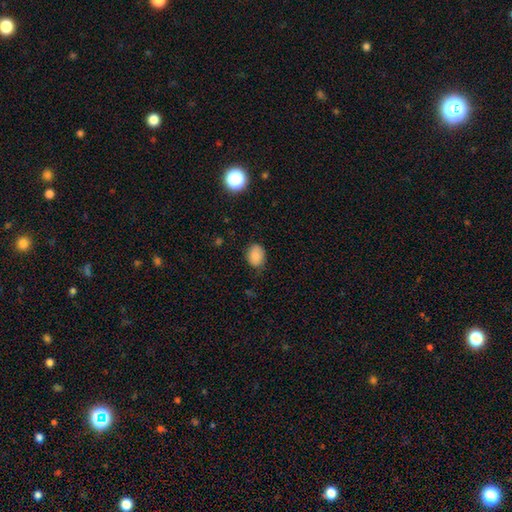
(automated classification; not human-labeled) This appears to be a smooth galaxy with no disk features (85%) that is in between round and cigar-shaped (62%). Merging: none (75%).